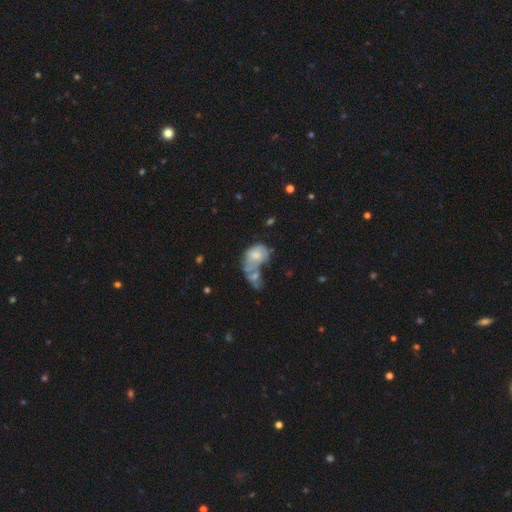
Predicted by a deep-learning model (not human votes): Smooth or featured?
  - smooth: 52% *
  - featured or disk: 39%
  - star or artifact: 9%
How rounded?
  - in between: 77% *
  - round: 21%
  - cigar-shaped: 2%
Merging?
  - merger: 57% *
  - major disturbance: 18%
  - none: 14%
  - minor disturbance: 11%